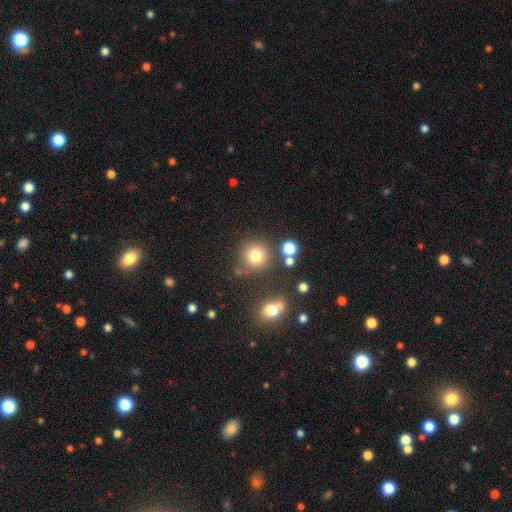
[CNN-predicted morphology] Smooth or featured: smooth — 77% (star or artifact — 15%)
How rounded: round — 93% (in between — 6%)
Merging: none — 78% (minor disturbance — 10%)